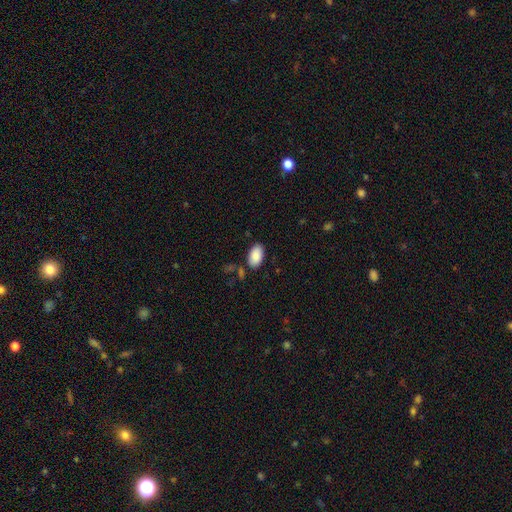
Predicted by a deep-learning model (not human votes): The model was most divided on "merging": none: 81%, minor disturbance: 11%, merger: 4%, major disturbance: 3%. More confident: how rounded — in between (95%); smooth or featured — smooth (89%).